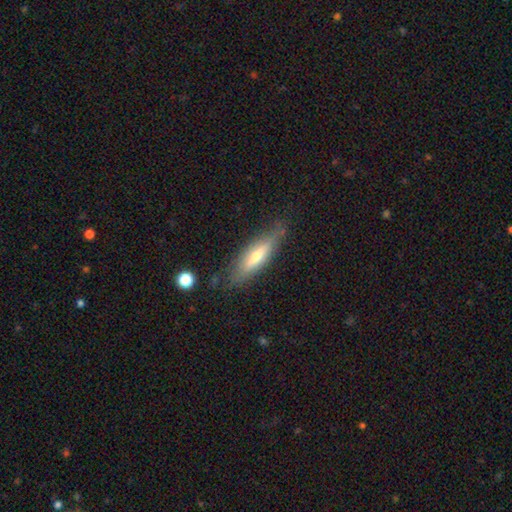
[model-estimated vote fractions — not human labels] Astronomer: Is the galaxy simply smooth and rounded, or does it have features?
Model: featured or disk — 49% (runner-up: smooth, 45%).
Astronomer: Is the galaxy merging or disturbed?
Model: none — 76%.